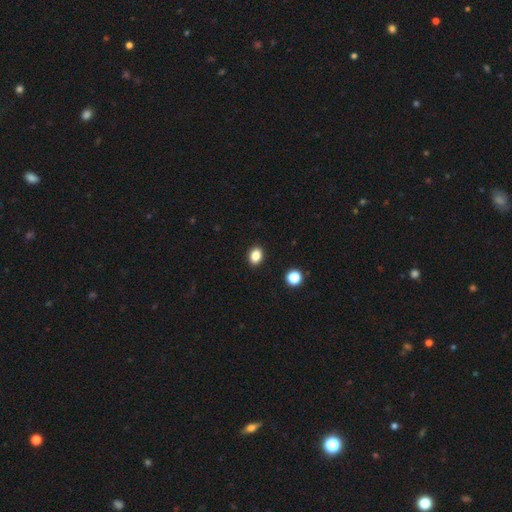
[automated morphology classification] smooth_or_featured: smooth (p=0.86) [alt: star or artifact p=0.10]
how_rounded: in between (p=0.67) [alt: round p=0.32]
merging: none (p=0.90) [alt: minor disturbance p=0.07]